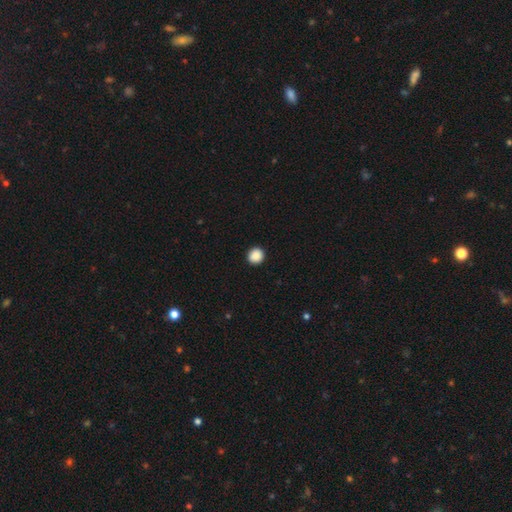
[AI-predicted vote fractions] A smooth galaxy with no disk features (89%) that is round (92%). Merging: none (93%).